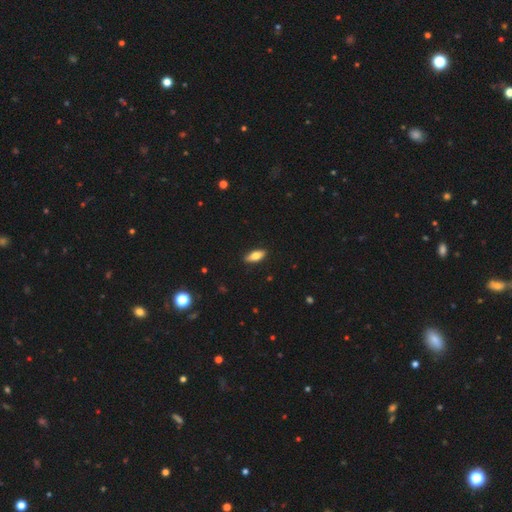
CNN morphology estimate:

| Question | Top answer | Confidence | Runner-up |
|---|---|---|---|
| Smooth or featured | smooth | 70% | featured or disk (23%) |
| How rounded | in between | 74% | cigar-shaped (23%) |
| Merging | none | 89% | minor disturbance (8%) |